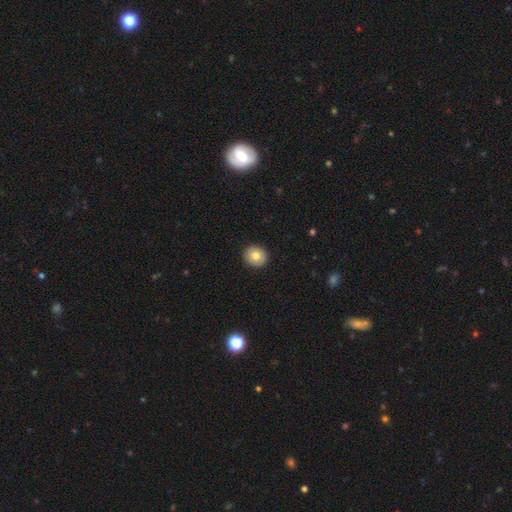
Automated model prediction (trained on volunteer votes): Q: Smooth or featured?
A: smooth (81%); runner-up: featured or disk (10%)
Q: How rounded?
A: round (81%); runner-up: in between (18%)
Q: Merging?
A: none (92%); runner-up: minor disturbance (6%)